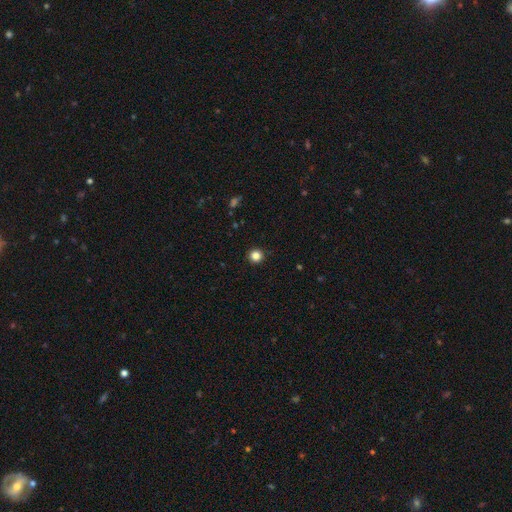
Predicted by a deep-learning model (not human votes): Smooth or featured: smooth — 84% (star or artifact — 12%)
How rounded: round — 95% (in between — 4%)
Merging: none — 93% (minor disturbance — 5%)